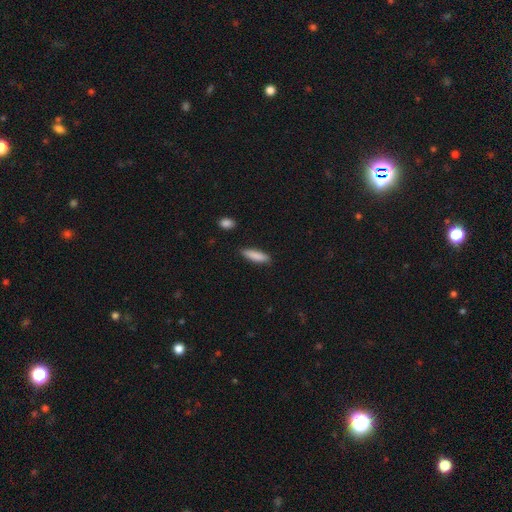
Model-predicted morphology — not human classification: Smooth or featured: smooth — 87% (featured or disk — 7%)
How rounded: cigar-shaped — 64% (in between — 35%)
Merging: none — 87% (minor disturbance — 10%)